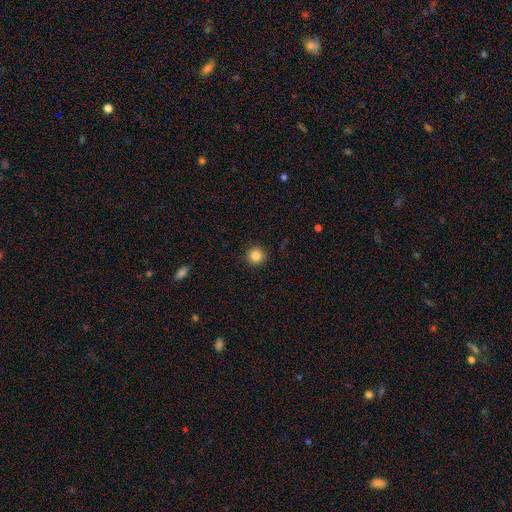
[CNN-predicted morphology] A smooth galaxy with no disk features (85%) that is round (95%).

Vote fractions:
- Smooth or featured? smooth: 85% / star or artifact: 11% / featured or disk: 4%
- How rounded? round: 95% / in between: 4% / cigar-shaped: 1%
- Merging? none: 93% / minor disturbance: 5% / major disturbance: 2% / merger: 1%